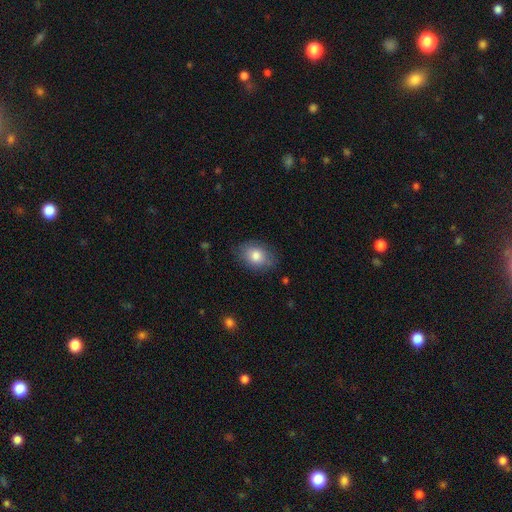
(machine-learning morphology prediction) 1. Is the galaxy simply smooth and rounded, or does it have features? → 80% smooth, 12% featured or disk, 8% star or artifact.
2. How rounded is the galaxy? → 75% in between, 24% round, 1% cigar-shaped.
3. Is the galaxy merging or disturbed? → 78% none, 17% minor disturbance, 4% major disturbance, 1% merger.